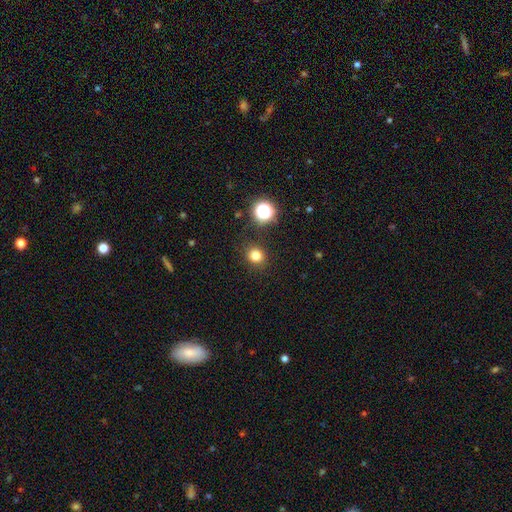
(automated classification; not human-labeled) smooth_or_featured: smooth (p=0.78) [alt: star or artifact p=0.16]
how_rounded: round (p=0.81) [alt: in between p=0.18]
merging: none (p=0.88) [alt: minor disturbance p=0.07]